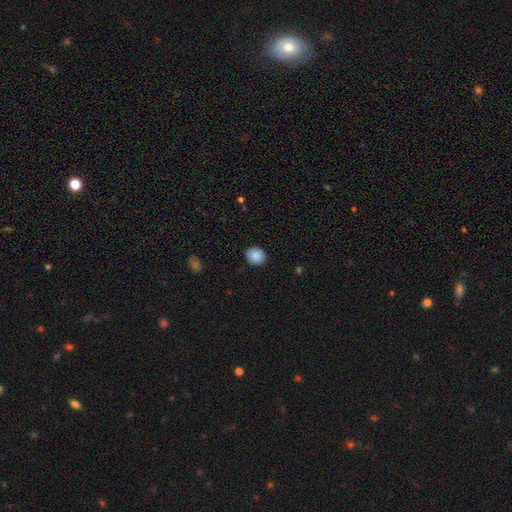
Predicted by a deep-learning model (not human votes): A smooth galaxy with no disk features (88%) that is round (80%).

Vote fractions:
- Smooth or featured? smooth: 88% / star or artifact: 8% / featured or disk: 4%
- How rounded? round: 80% / in between: 19% / cigar-shaped: 1%
- Merging? none: 89% / minor disturbance: 8% / major disturbance: 2% / merger: 1%